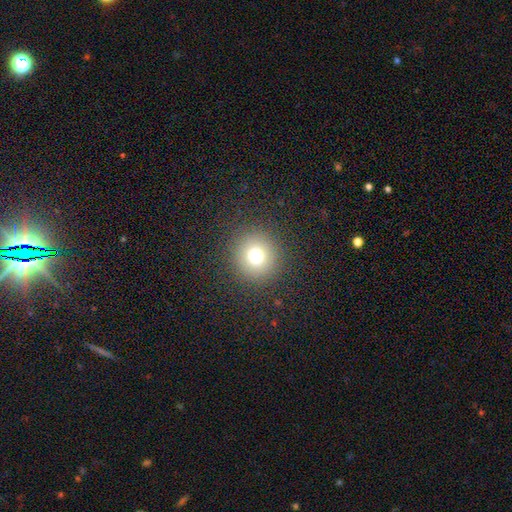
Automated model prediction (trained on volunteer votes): Q: Smooth or featured?
A: smooth (74%); runner-up: star or artifact (16%)
Q: How rounded?
A: round (93%); runner-up: in between (6%)
Q: Merging?
A: none (90%); runner-up: minor disturbance (5%)